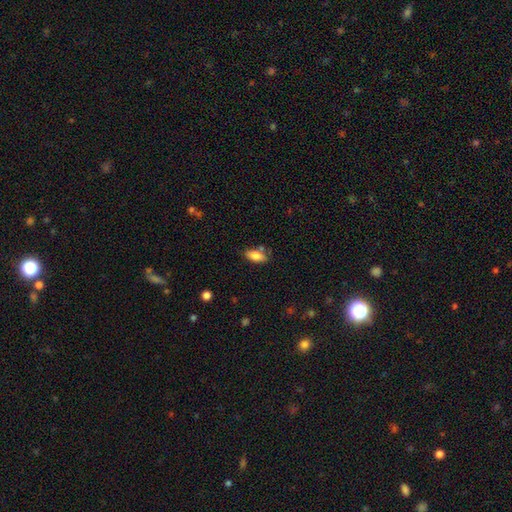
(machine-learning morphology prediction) type=smooth (81%); roundness=in between (85%); merging=none (72%).